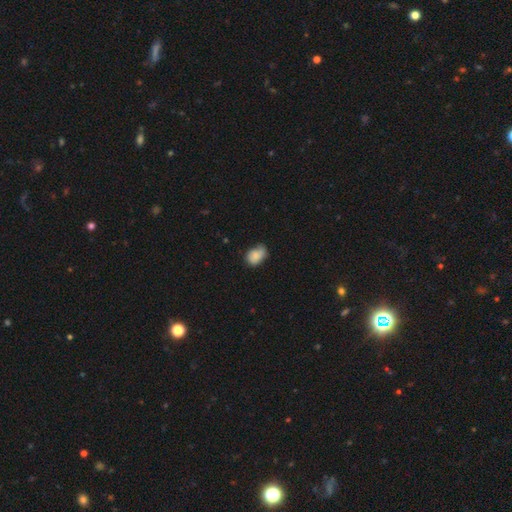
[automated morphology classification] Smooth or featured? Predicted: smooth (p=0.79). How rounded? Predicted: in between (p=0.76). Merging? Predicted: none (p=0.48).